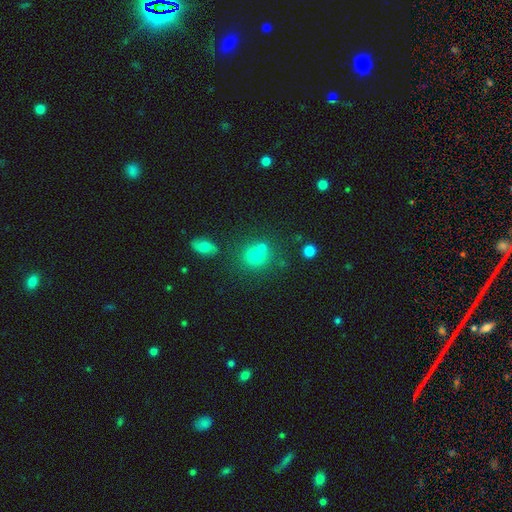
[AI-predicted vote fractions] A smooth galaxy with no disk features (71%) that is round (84%). Merging: none (60%).